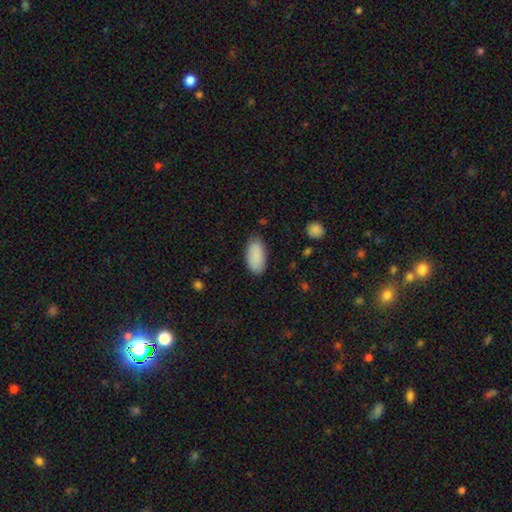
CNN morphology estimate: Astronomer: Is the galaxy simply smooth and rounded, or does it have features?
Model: smooth — 89%.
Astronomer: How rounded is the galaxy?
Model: in between — 94%.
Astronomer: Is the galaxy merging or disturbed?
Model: none — 80%.